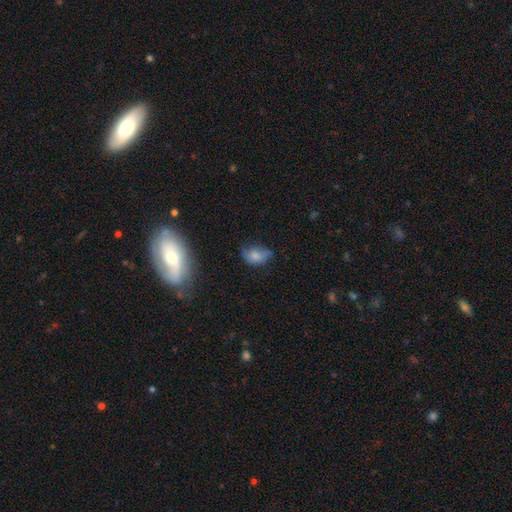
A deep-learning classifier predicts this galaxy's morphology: Smooth or featured? Predicted: smooth (p=0.68). How rounded? Predicted: in between (p=0.79). Merging? Predicted: none (p=0.39).